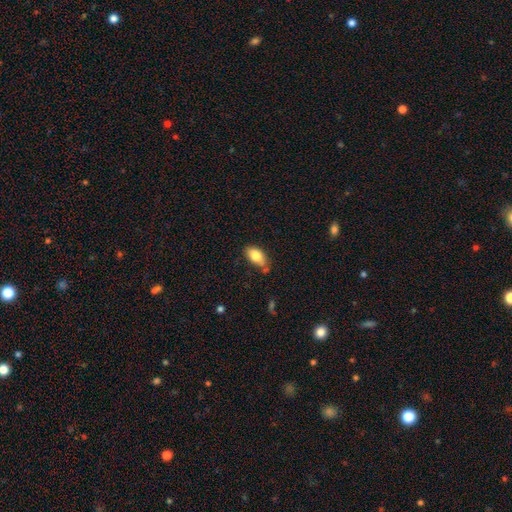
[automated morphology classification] Smooth or featured: smooth — 82% (featured or disk — 11%)
How rounded: in between — 91% (round — 5%)
Merging: none — 67% (minor disturbance — 20%)